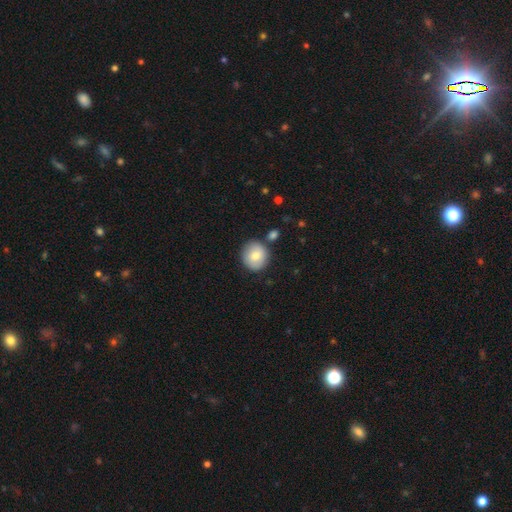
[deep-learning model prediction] smooth-or-featured: smooth: 75% | featured or disk: 17% | star or artifact: 7%
  how-rounded: round: 87% | in between: 12% | cigar-shaped: 1%
  merging: none: 78% | minor disturbance: 11% | merger: 8% | major disturbance: 3%